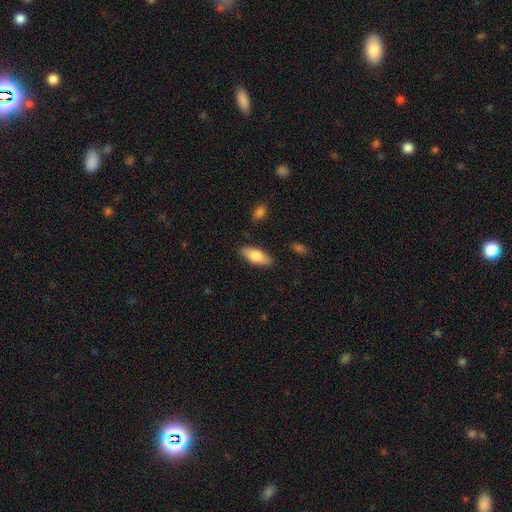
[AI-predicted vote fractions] smooth 75%, featured or disk 19%, star or artifact 6%. Down the decision tree: how rounded — in between (80%); merging — none (87%).